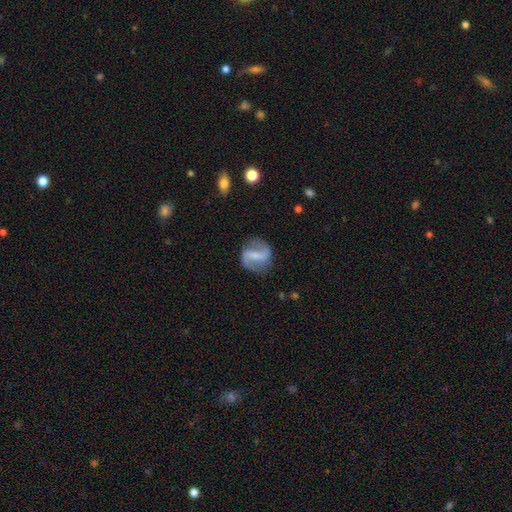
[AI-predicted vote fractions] This appears to be a featured or disk galaxy (81%) with a strong bar (47%), 2 (91%) loose (48%) spiral arms (93%) and a small central bulge (48%). Merging: none (80%).